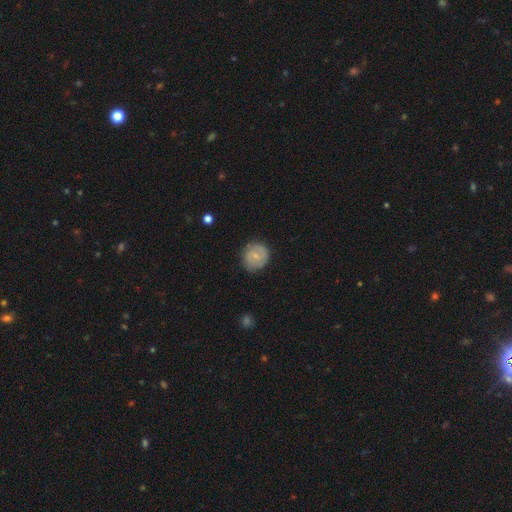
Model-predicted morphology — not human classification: smooth-or-featured: smooth: 58% | featured or disk: 35% | star or artifact: 7%
  how-rounded: round: 86% | in between: 13% | cigar-shaped: 1%
  merging: none: 78% | minor disturbance: 17% | major disturbance: 4% | merger: 1%